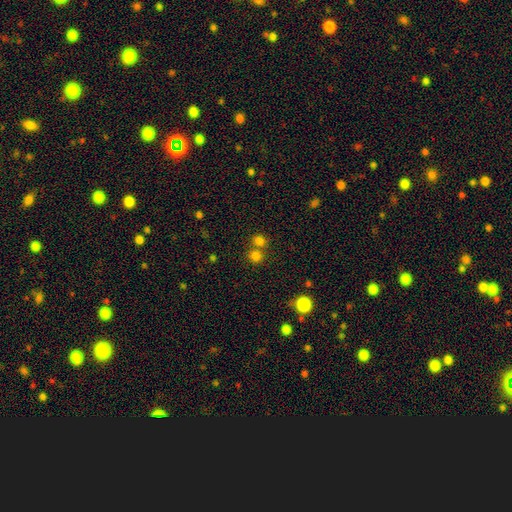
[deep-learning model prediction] Smooth or featured: smooth — 76% (star or artifact — 18%)
How rounded: round — 88% (in between — 11%)
Merging: none — 60% (merger — 30%)